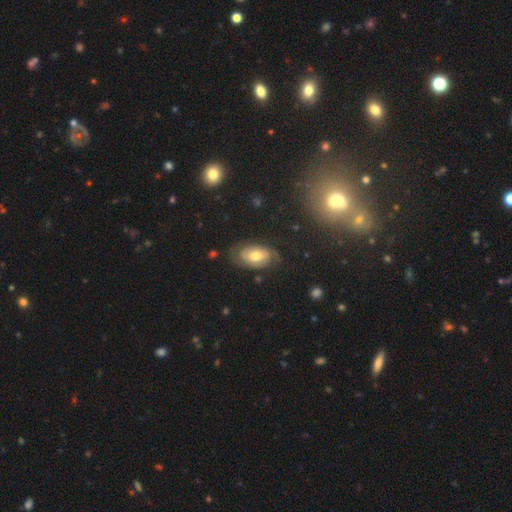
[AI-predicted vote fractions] Q: Smooth or featured?
A: featured or disk (56%); runner-up: smooth (34%)
Q: Edge-on disk?
A: no (93%); runner-up: yes (7%)
Q: Bar?
A: no (67%); runner-up: weak (26%)
Q: Spiral arms?
A: yes (76%); runner-up: no (24%)
Q: Bulge size?
A: moderate (69%); runner-up: small (21%)
Q: Merging?
A: none (72%); runner-up: minor disturbance (19%)